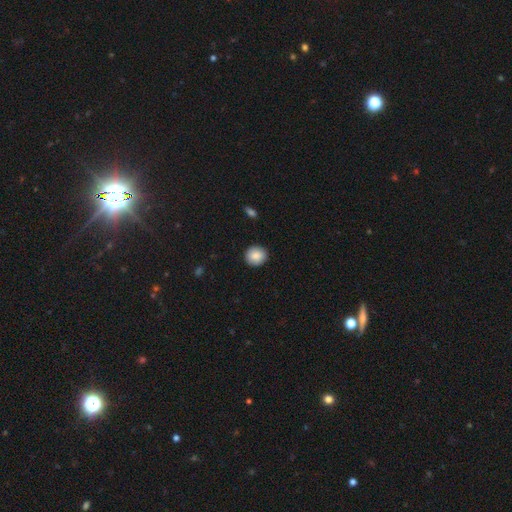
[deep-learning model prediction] Smooth or featured?
  - smooth: 87% *
  - star or artifact: 8%
  - featured or disk: 5%
How rounded?
  - round: 86% *
  - in between: 13%
  - cigar-shaped: 1%
Merging?
  - none: 90% *
  - minor disturbance: 7%
  - major disturbance: 2%
  - merger: 1%